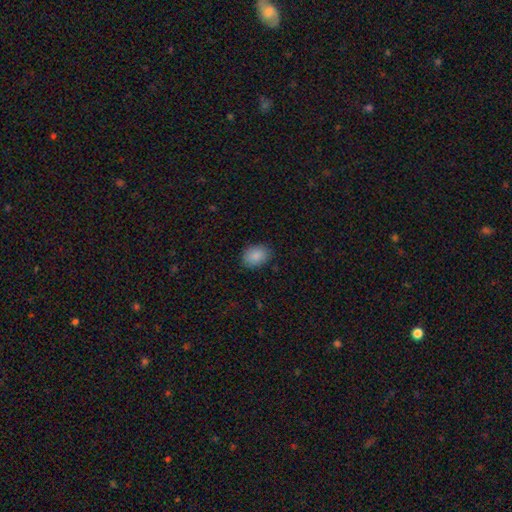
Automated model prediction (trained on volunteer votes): Q: Smooth or featured?
A: smooth (88%); runner-up: star or artifact (8%)
Q: How rounded?
A: in between (64%); runner-up: round (35%)
Q: Merging?
A: none (86%); runner-up: minor disturbance (11%)